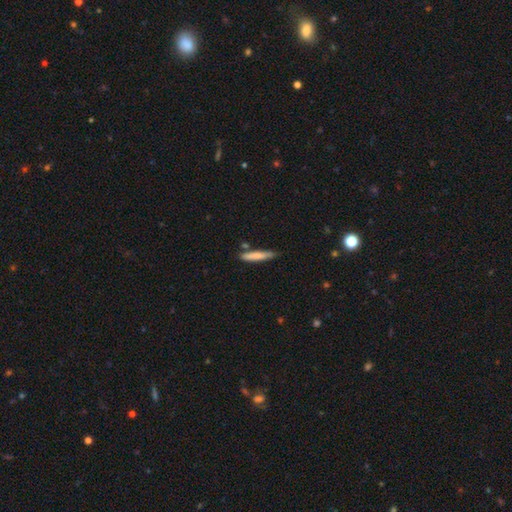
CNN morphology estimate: Q: Smooth or featured?
A: smooth (76%); runner-up: featured or disk (19%)
Q: How rounded?
A: cigar-shaped (91%); runner-up: in between (7%)
Q: Merging?
A: none (75%); runner-up: minor disturbance (16%)